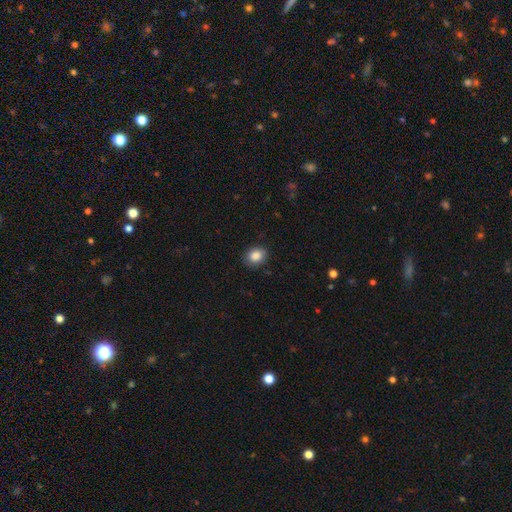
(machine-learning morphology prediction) Smooth or featured? smooth (87%)
How rounded? in between (51%)
Merging? none (84%)